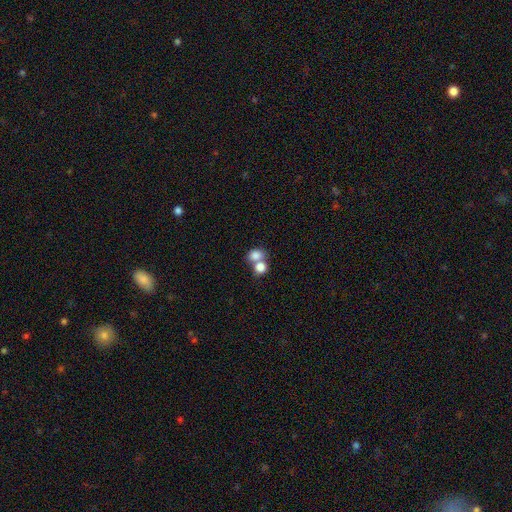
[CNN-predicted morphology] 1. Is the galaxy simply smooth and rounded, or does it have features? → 80% smooth, 10% featured or disk, 10% star or artifact.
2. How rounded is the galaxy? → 54% round, 45% in between, 1% cigar-shaped.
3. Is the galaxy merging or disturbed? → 59% merger, 30% none, 7% minor disturbance, 4% major disturbance.